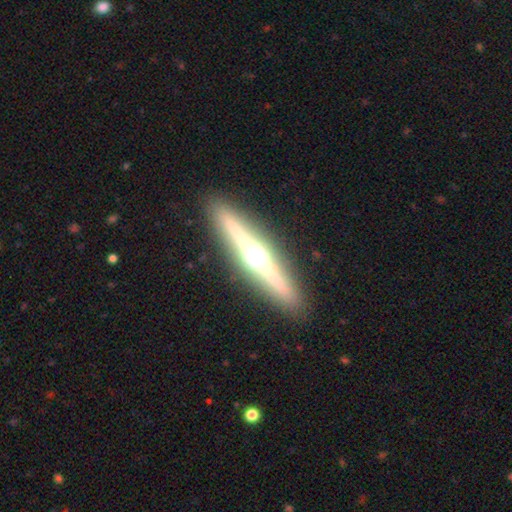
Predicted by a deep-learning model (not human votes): The model was most divided on "smooth or featured": featured or disk: 76%, smooth: 17%, star or artifact: 7%. More confident: edge-on disk — yes (96%); edge-on bulge — rounded (94%); merging — none (89%).